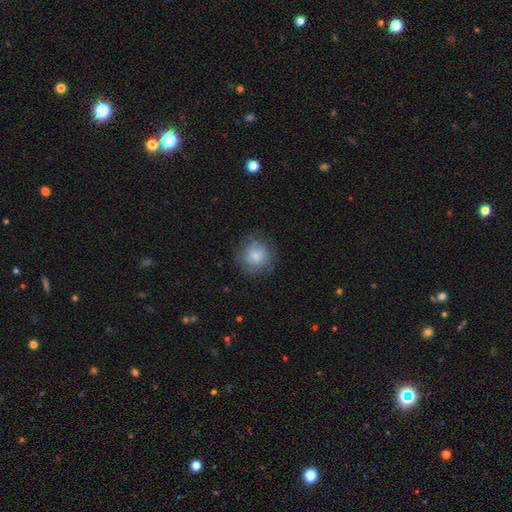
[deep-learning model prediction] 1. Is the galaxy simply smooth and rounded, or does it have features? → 74% smooth, 17% featured or disk, 8% star or artifact.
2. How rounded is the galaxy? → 89% round, 10% in between, 1% cigar-shaped.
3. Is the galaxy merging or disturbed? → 72% none, 18% minor disturbance, 8% major disturbance, 2% merger.